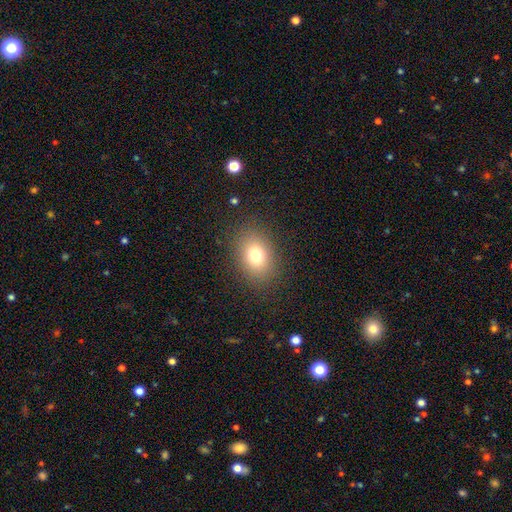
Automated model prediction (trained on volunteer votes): smooth 76%, star or artifact 13%, featured or disk 11%. Down the decision tree: how rounded — in between (66%); merging — none (86%).